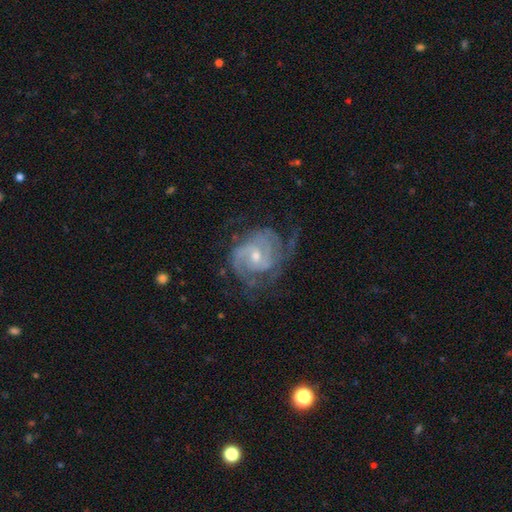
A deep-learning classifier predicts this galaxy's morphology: type=featured or disk (88%); edge-on=no (98%); bar=weak (48%); spiral arms=yes (96%); winding=tight (54%); arm count=2 (41%); bulge=moderate (49%); merging=none (61%).